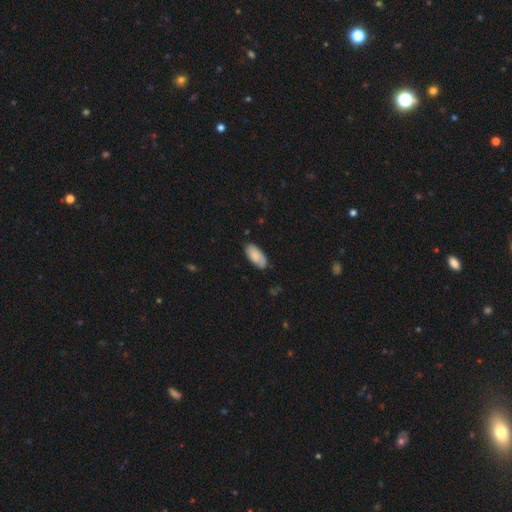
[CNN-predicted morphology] smooth 82%, featured or disk 12%, star or artifact 6%. Down the decision tree: how rounded — in between (92%); merging — none (78%).